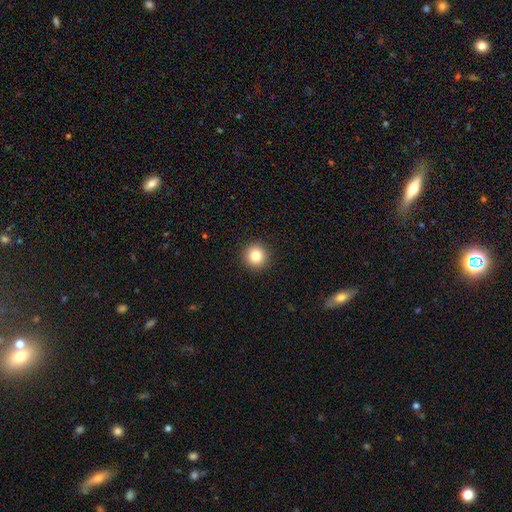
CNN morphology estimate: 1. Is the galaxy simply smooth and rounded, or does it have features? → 84% smooth, 10% star or artifact, 5% featured or disk.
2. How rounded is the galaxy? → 95% round, 5% in between, 1% cigar-shaped.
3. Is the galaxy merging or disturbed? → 93% none, 5% minor disturbance, 2% major disturbance, 1% merger.